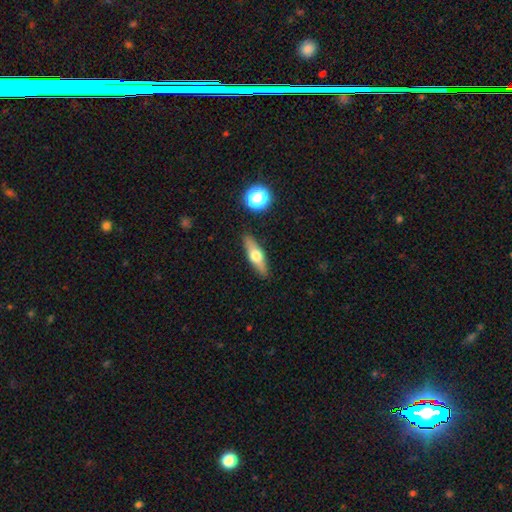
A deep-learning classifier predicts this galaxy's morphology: Q: Smooth or featured?
A: featured or disk (47%); runner-up: smooth (45%)
Q: Merging?
A: none (89%); runner-up: minor disturbance (8%)